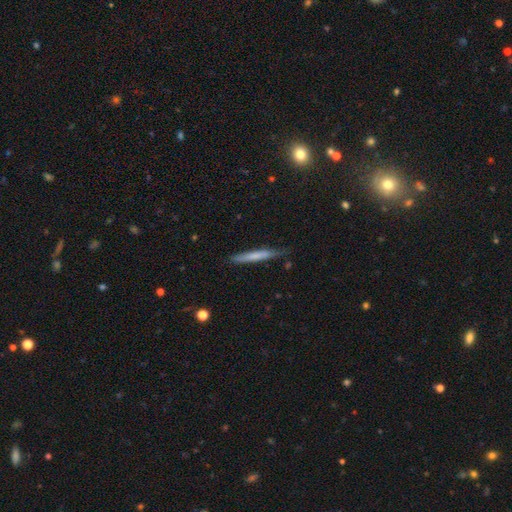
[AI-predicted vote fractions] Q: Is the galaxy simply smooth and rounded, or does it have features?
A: smooth — 64%.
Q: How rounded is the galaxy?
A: cigar-shaped — 96%.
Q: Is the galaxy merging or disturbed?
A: none — 79%.